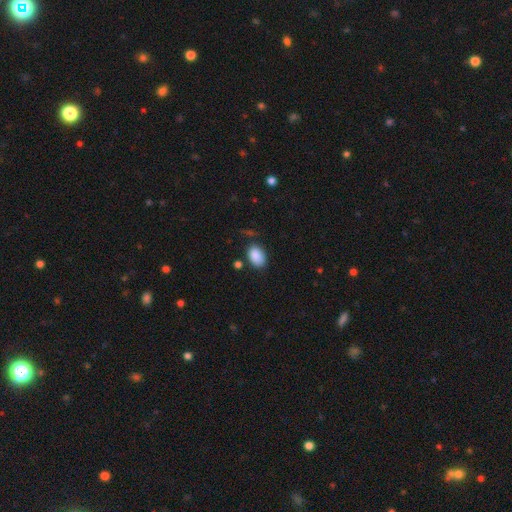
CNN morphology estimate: Overall: smooth (89%). How rounded: in between (85%). Merging: none (77%).